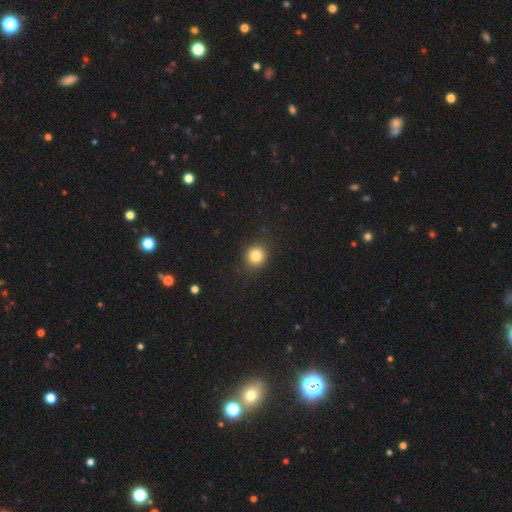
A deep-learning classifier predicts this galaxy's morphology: Smooth or featured? Predicted: smooth (p=0.83). How rounded? Predicted: round (p=0.84). Merging? Predicted: none (p=0.87).